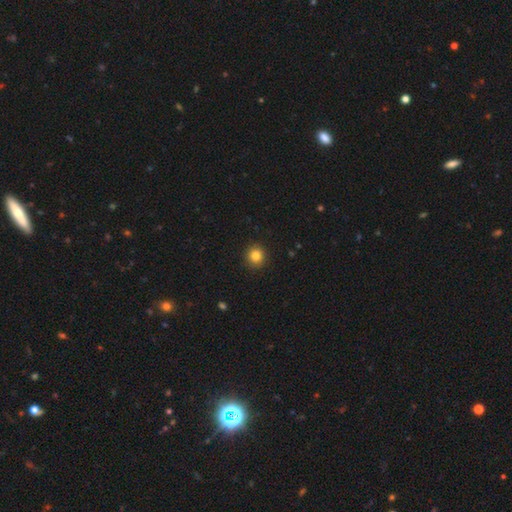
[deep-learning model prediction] This appears to be a smooth galaxy with no disk features (84%) that is round (93%). Merging: none (92%).